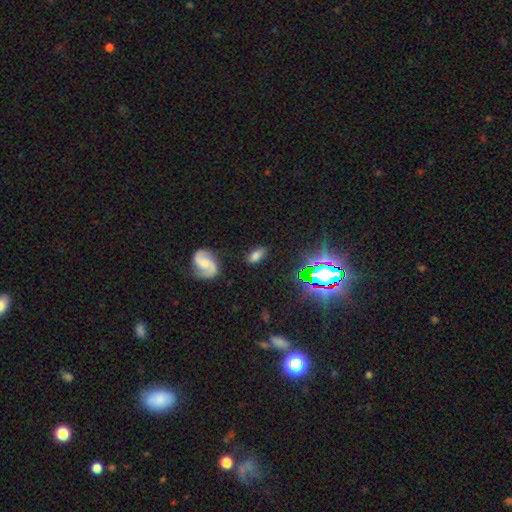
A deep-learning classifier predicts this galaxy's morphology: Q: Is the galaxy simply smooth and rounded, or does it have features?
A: smooth — 61%.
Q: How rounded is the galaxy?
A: in between — 87%.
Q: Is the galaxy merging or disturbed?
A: none — 79%.